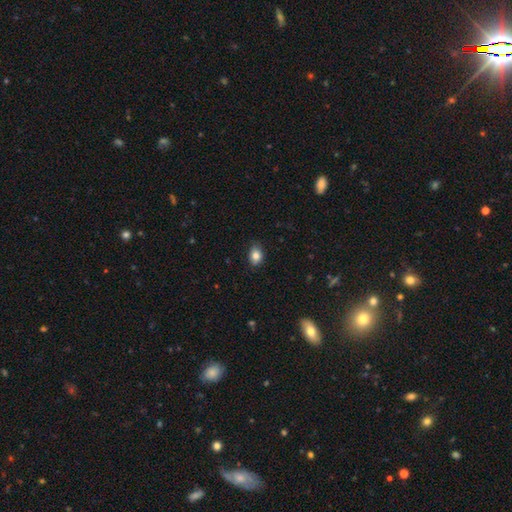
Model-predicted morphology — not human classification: Q: Smooth or featured?
A: smooth (84%); runner-up: star or artifact (9%)
Q: How rounded?
A: in between (74%); runner-up: round (25%)
Q: Merging?
A: none (83%); runner-up: minor disturbance (14%)